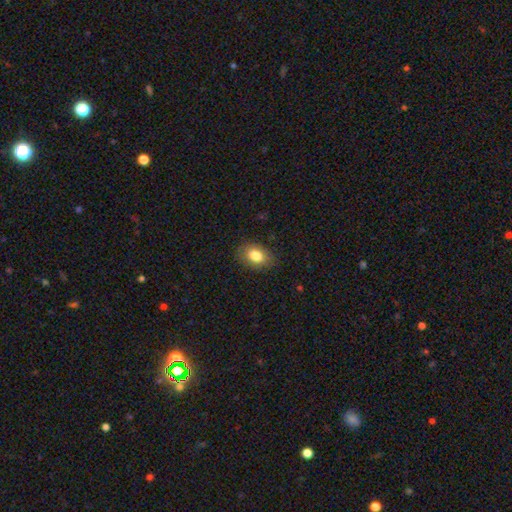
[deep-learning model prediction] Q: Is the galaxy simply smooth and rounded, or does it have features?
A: smooth — 82%.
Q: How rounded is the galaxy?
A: in between — 84%.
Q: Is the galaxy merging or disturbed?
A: none — 84%.